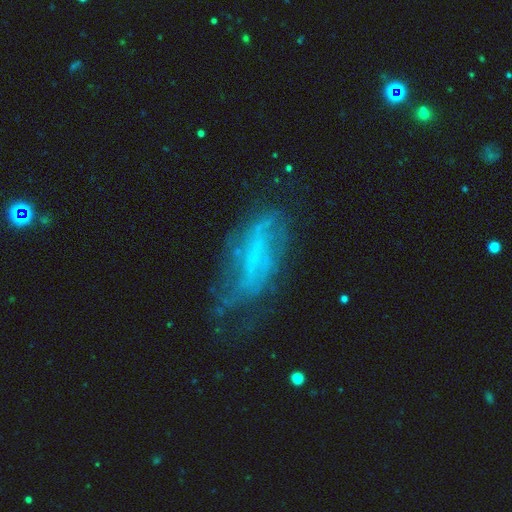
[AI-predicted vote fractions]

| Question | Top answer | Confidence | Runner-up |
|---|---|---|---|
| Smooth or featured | featured or disk | 58% | smooth (28%) |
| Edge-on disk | no | 86% | yes (14%) |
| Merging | none | 46% | minor disturbance (27%) |